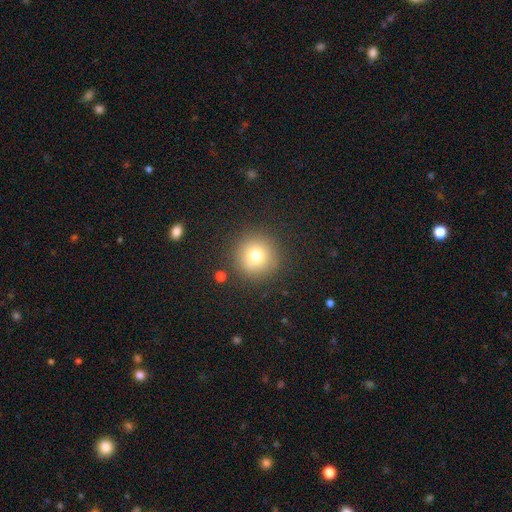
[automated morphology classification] smooth 75%, star or artifact 14%, featured or disk 11%. Down the decision tree: how rounded — round (95%); merging — none (88%).